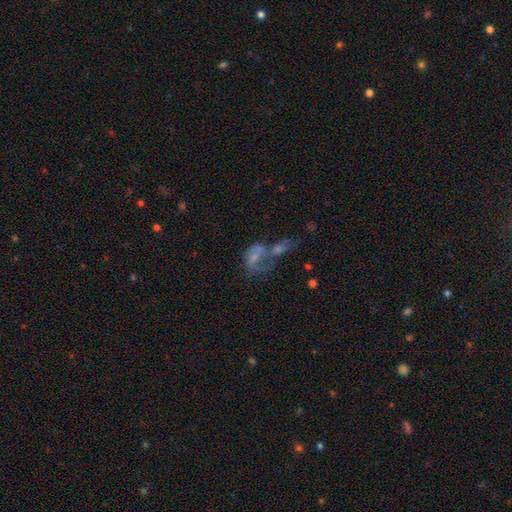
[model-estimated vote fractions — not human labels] The model was most divided on "smooth or featured": featured or disk: 50%, smooth: 37%, star or artifact: 13%. More confident: merging — merger (65%).